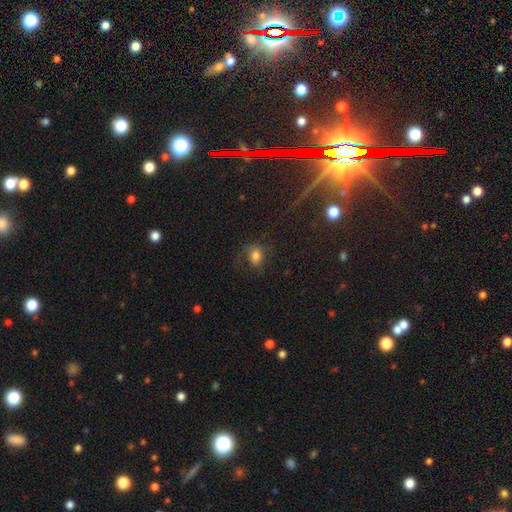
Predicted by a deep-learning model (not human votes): This is likely a smooth galaxy (69%). How rounded: possibly in between (50%). Merging: possibly none (57%).